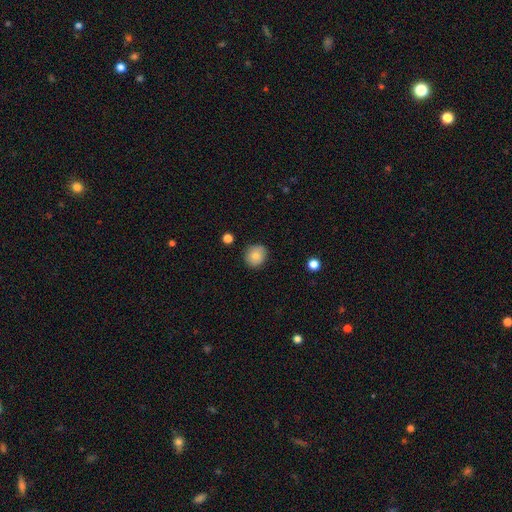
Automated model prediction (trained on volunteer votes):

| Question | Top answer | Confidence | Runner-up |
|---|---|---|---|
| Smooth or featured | smooth | 83% | star or artifact (9%) |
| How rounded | round | 85% | in between (14%) |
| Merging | none | 86% | minor disturbance (10%) |